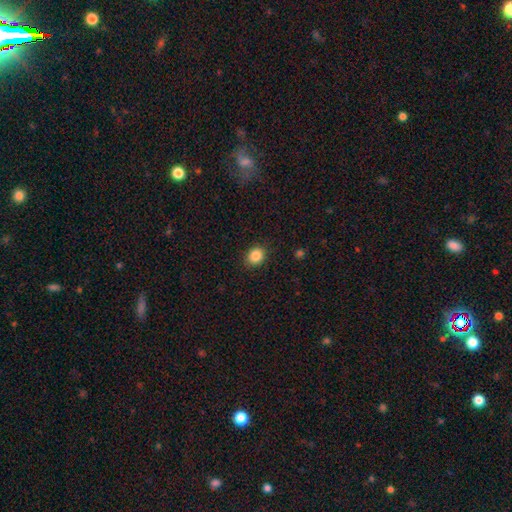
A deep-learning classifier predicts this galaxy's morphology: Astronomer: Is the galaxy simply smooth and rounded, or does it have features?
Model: smooth — 86%.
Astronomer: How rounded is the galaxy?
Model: round — 61% (runner-up: in between, 38%).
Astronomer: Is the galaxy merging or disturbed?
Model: none — 88%.